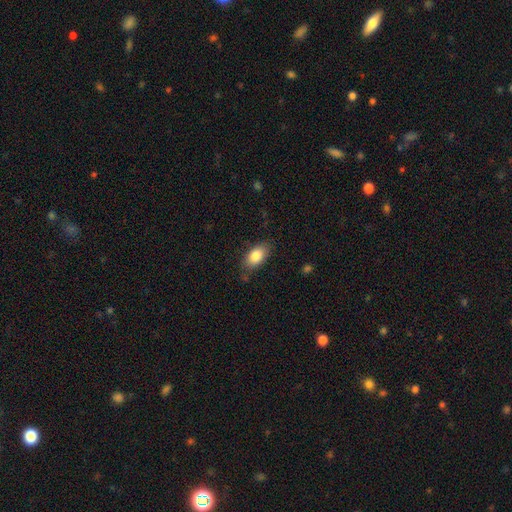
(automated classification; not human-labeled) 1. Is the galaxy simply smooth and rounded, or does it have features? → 83% smooth, 10% featured or disk, 7% star or artifact.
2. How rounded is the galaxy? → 91% in between, 5% round, 4% cigar-shaped.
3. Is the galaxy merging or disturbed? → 77% none, 18% minor disturbance, 4% major disturbance, 2% merger.